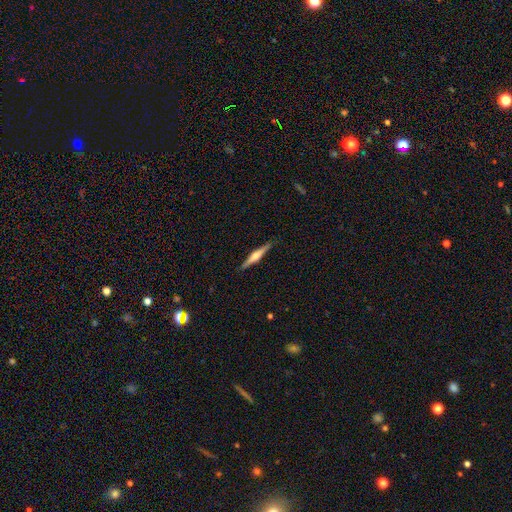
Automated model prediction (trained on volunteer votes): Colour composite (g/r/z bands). It shows a featured or disk galaxy (68%) viewed edge-on (98%) with a rounded central bulge (86%). Merging: none (90%).